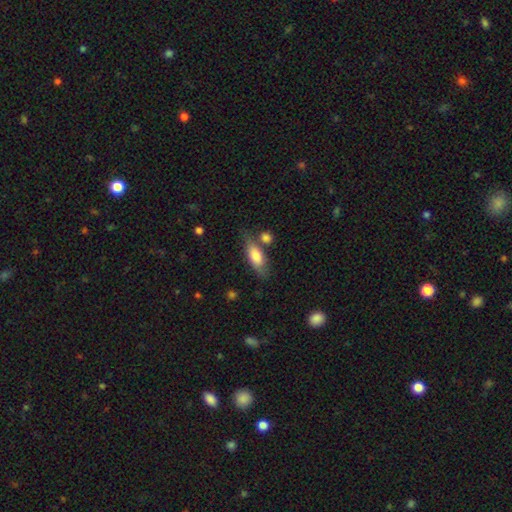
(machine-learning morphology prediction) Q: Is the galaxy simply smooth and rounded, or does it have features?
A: smooth — 73%.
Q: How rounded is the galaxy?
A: in between — 71%.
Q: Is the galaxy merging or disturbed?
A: none — 60%.